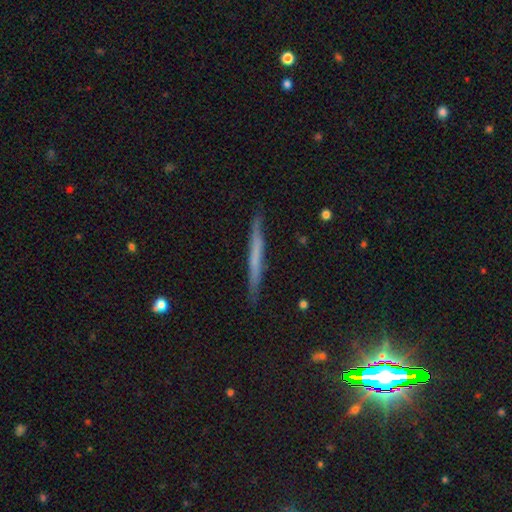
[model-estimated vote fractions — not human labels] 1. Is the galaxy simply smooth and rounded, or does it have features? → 48% smooth, 44% featured or disk, 9% star or artifact.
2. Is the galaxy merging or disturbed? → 88% none, 9% minor disturbance, 2% major disturbance, 1% merger.